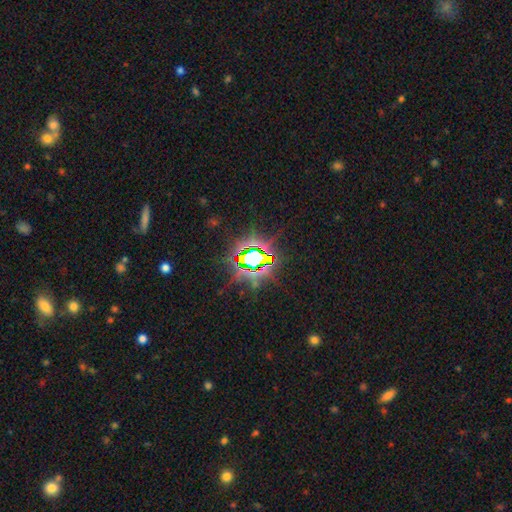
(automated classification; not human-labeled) Smooth or featured?
  - star or artifact: 80% *
  - smooth: 11%
  - featured or disk: 9%